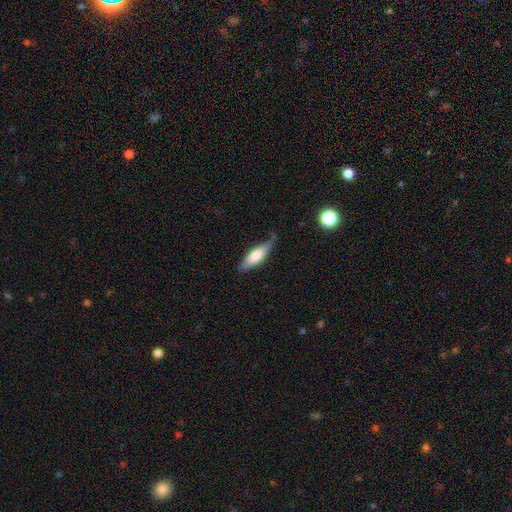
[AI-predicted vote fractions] smooth 63%, featured or disk 31%, star or artifact 6%. Down the decision tree: how rounded — cigar-shaped (49%, tied with in between); merging — none (60%).